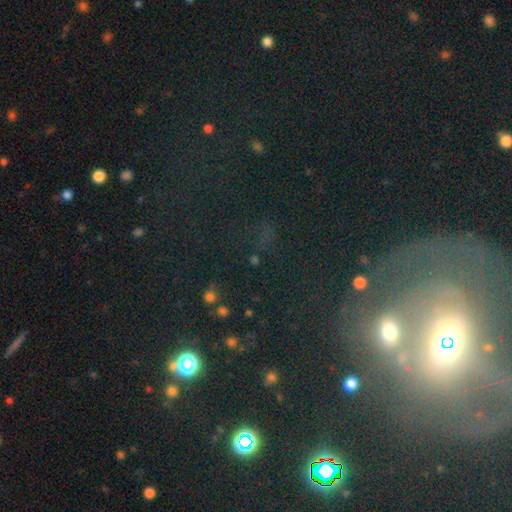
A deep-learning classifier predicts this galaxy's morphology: Q: Smooth or featured?
A: star or artifact (53%); runner-up: smooth (31%)